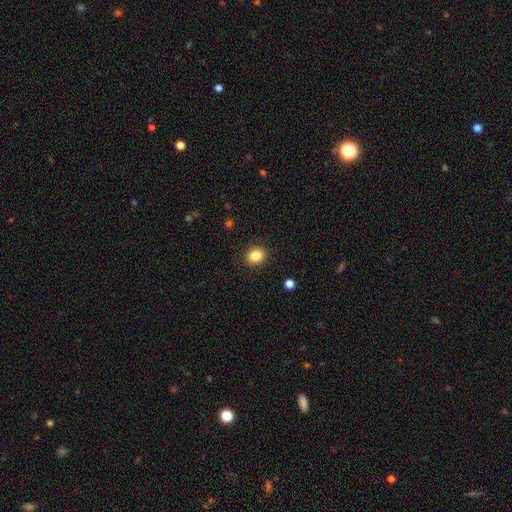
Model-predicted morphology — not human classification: Q: Smooth or featured?
A: smooth (84%); runner-up: star or artifact (11%)
Q: How rounded?
A: round (72%); runner-up: in between (27%)
Q: Merging?
A: none (91%); runner-up: minor disturbance (6%)